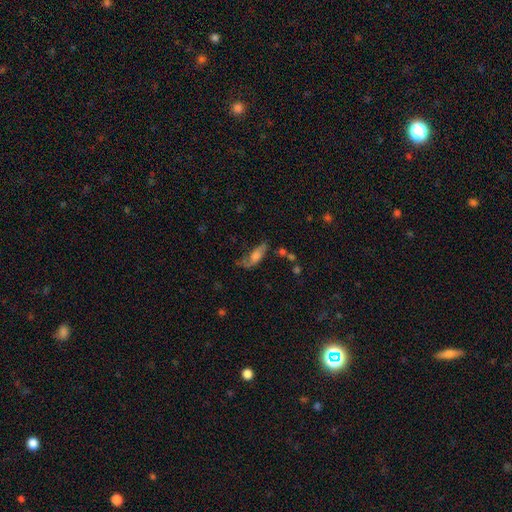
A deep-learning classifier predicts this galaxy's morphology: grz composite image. It shows a smooth galaxy with no disk features (52%) that is in between round and cigar-shaped (63%). Merging: none (38%).